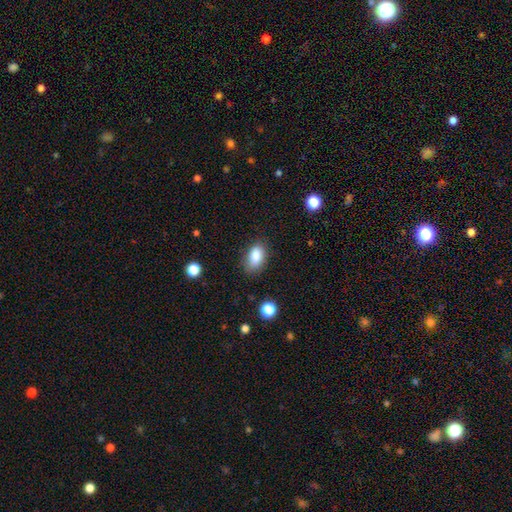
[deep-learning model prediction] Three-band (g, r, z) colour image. It shows a smooth galaxy with no disk features (86%) that is in between round and cigar-shaped (91%). Merging: none (79%).